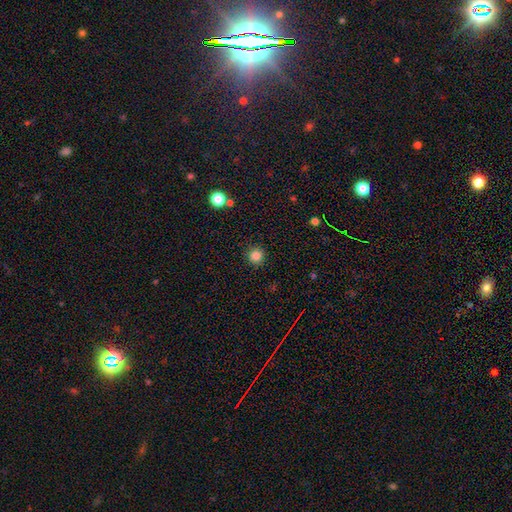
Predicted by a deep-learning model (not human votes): smooth_or_featured: smooth (p=0.84) [alt: star or artifact p=0.12]
how_rounded: round (p=0.94) [alt: in between p=0.05]
merging: none (p=0.90) [alt: minor disturbance p=0.06]